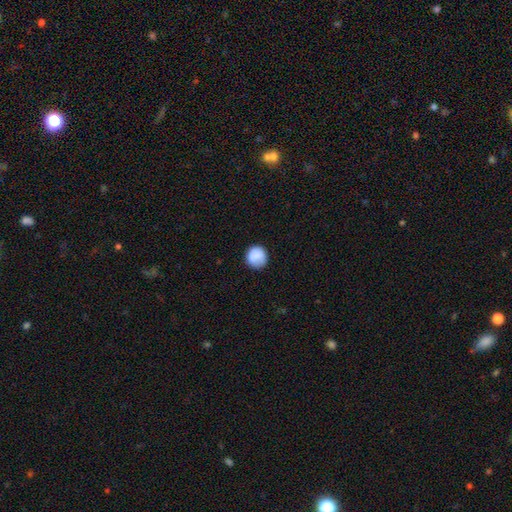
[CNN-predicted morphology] type=smooth (84%); roundness=round (90%); merging=none (82%).